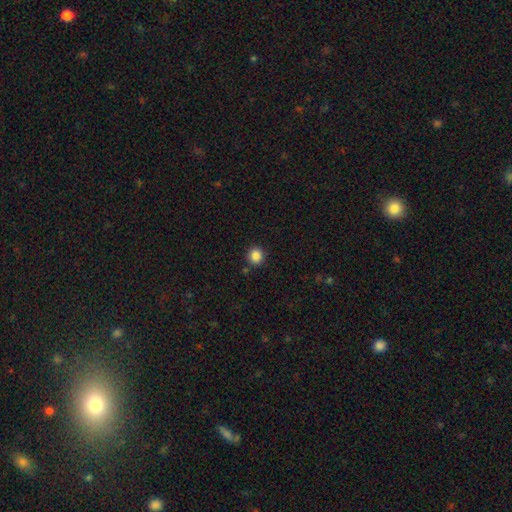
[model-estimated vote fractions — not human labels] Smooth or featured? smooth (86%)
How rounded? round (93%)
Merging? none (89%)